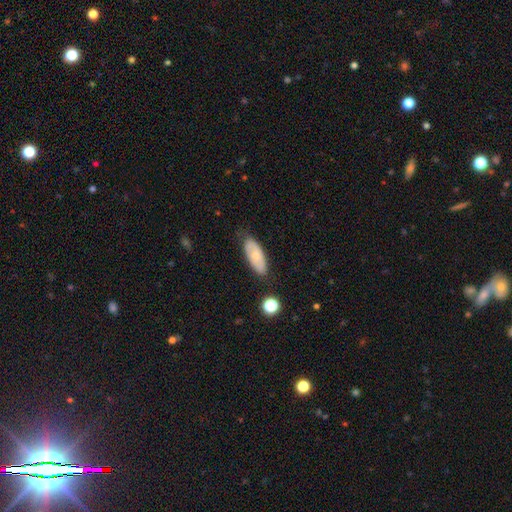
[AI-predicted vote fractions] Smooth or featured?
  - smooth: 56% *
  - featured or disk: 38%
  - star or artifact: 7%
How rounded?
  - in between: 80% *
  - cigar-shaped: 17%
  - round: 3%
Merging?
  - none: 74% *
  - minor disturbance: 20%
  - major disturbance: 4%
  - merger: 2%